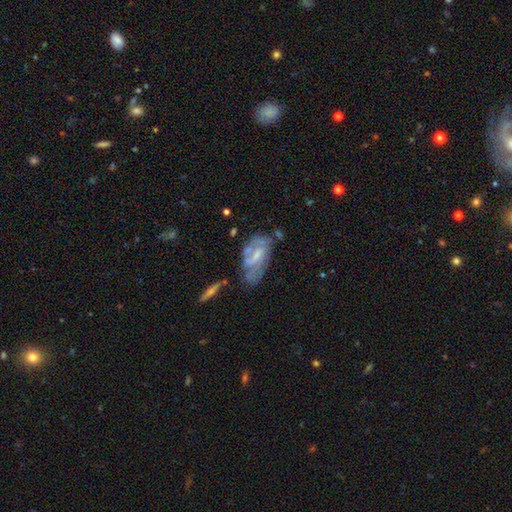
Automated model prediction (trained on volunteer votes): Smooth or featured? Predicted: featured or disk (p=0.67). Edge-on disk? Predicted: no (p=0.92). Bar? Predicted: weak (p=0.47). Spiral arms? Predicted: yes (p=0.62). Bulge size? Predicted: small (p=0.43). Merging? Predicted: none (p=0.45).